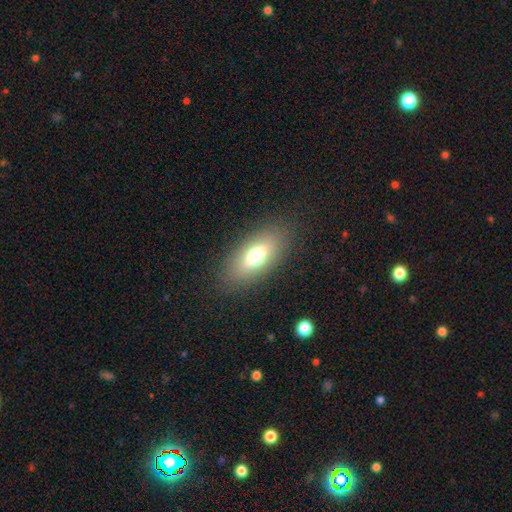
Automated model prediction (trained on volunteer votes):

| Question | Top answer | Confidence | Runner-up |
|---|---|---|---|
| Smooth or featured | smooth | 66% | featured or disk (24%) |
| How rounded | in between | 81% | cigar-shaped (13%) |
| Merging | none | 85% | minor disturbance (10%) |